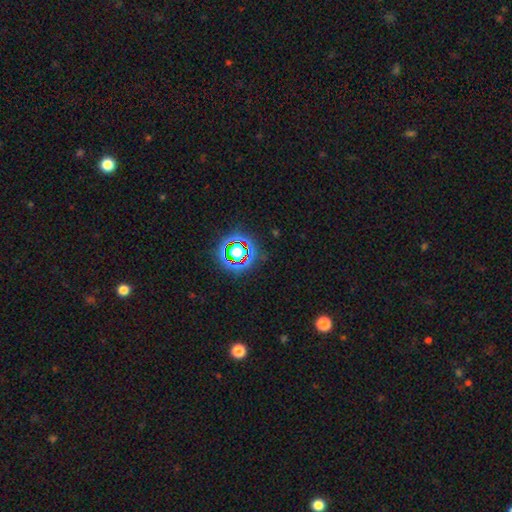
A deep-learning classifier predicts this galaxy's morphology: This appears to be a star or artifact, not a galaxy (76%).